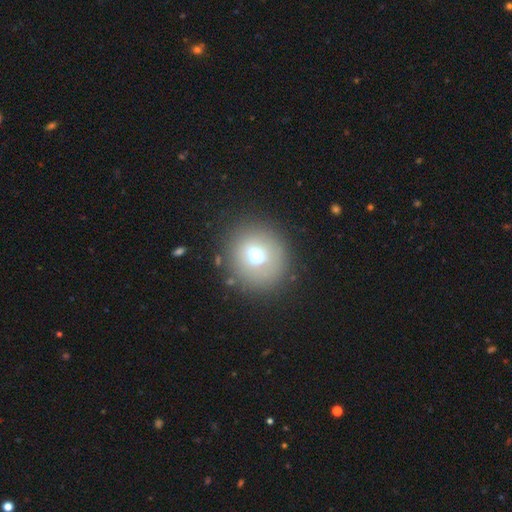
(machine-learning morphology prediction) smooth_or_featured: smooth (p=0.65) [alt: featured or disk p=0.18]
how_rounded: round (p=0.90) [alt: in between p=0.09]
merging: none (p=0.82) [alt: minor disturbance p=0.09]